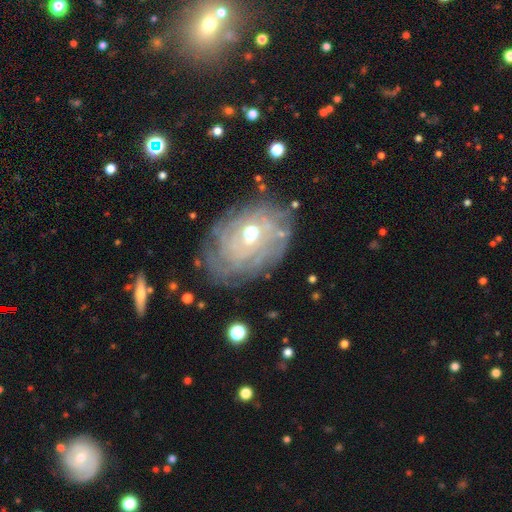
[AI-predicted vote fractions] A featured or disk galaxy (78%) with no bar (68%), tight (76%) spiral arms (82%) and a moderate central bulge (65%). Merging: none (70%).